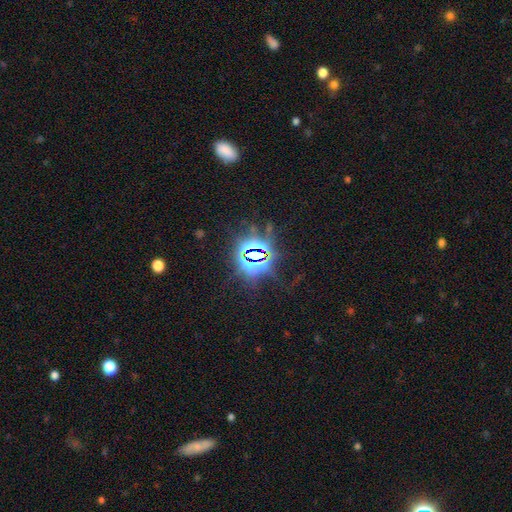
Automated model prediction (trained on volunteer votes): Smooth or featured? star or artifact (83%)